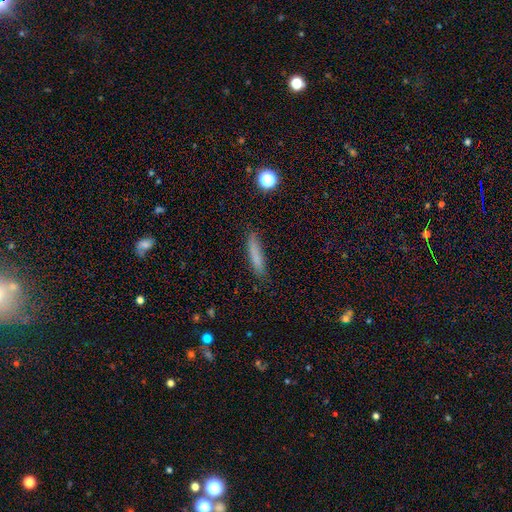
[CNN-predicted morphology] smooth-or-featured: smooth: 79% | featured or disk: 12% | star or artifact: 9%
  how-rounded: cigar-shaped: 86% | in between: 12% | round: 2%
  merging: none: 82% | minor disturbance: 14% | major disturbance: 3% | merger: 2%